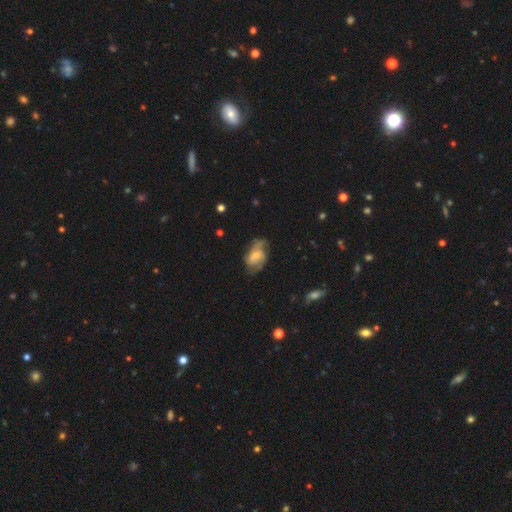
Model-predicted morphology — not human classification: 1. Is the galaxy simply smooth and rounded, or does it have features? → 63% featured or disk, 30% smooth, 7% star or artifact.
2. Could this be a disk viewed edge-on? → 96% no, 4% yes.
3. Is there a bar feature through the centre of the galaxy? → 52% no, 38% weak, 10% strong.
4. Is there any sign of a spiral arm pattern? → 83% yes, 17% no.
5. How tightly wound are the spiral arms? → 46% medium, 31% loose, 24% tight.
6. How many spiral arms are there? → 61% 2, 19% can't tell, 10% 3, 5% 1, 2% 4, 2% more than 4.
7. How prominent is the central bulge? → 50% small, 37% moderate, 7% none, 4% large, 1% dominant.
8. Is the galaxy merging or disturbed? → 53% none, 28% minor disturbance, 17% major disturbance, 2% merger.